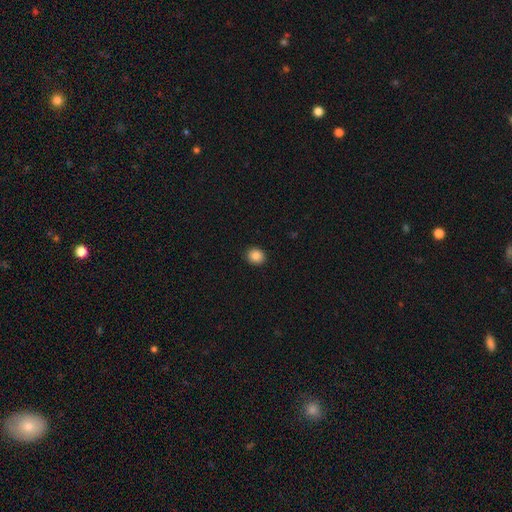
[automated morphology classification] Q: Smooth or featured?
A: smooth (85%); runner-up: star or artifact (9%)
Q: How rounded?
A: round (82%); runner-up: in between (17%)
Q: Merging?
A: none (92%); runner-up: minor disturbance (6%)